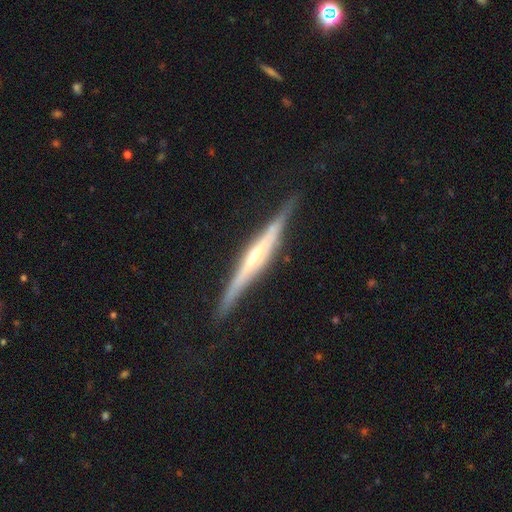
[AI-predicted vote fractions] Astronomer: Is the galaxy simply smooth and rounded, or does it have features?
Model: featured or disk — 80%.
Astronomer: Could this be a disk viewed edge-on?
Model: yes — 97%.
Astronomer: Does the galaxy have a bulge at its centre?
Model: rounded — 57%.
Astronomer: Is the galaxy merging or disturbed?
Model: none — 84%.